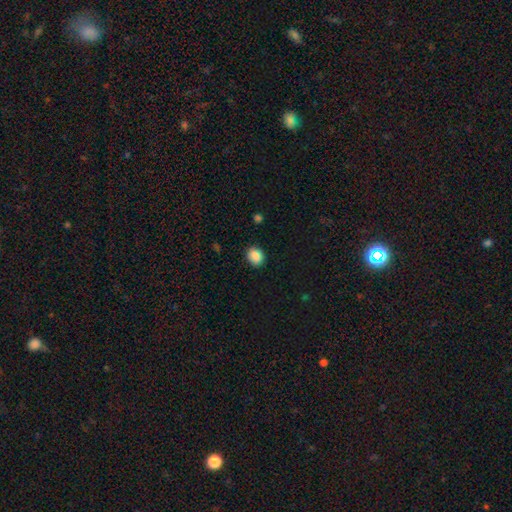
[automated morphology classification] smooth 86%, star or artifact 9%, featured or disk 5%. Down the decision tree: how rounded — round (65%); merging — none (86%).